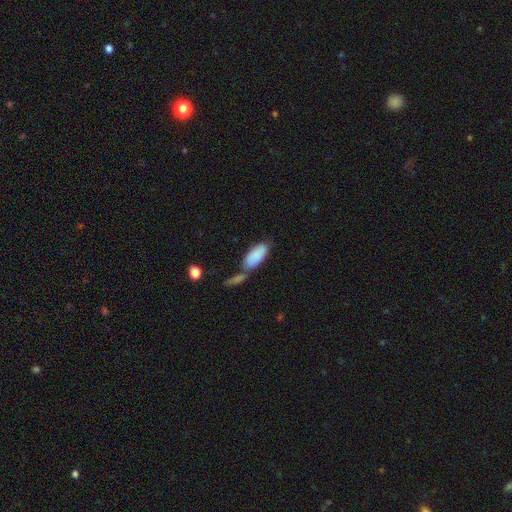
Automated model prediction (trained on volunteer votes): Smooth or featured? smooth (86%)
How rounded? in between (87%)
Merging? none (42%)